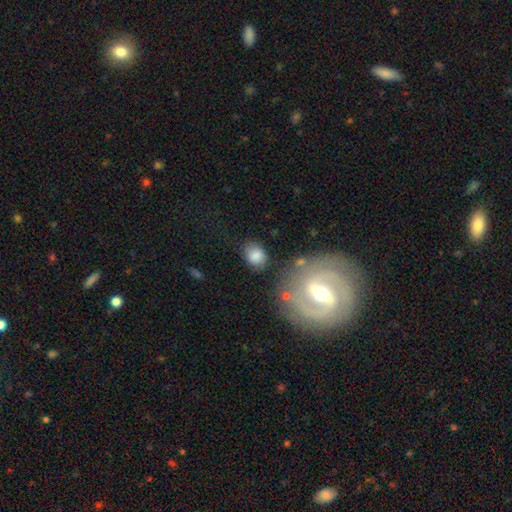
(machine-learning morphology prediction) A smooth galaxy with no disk features (81%) that is in between round and cigar-shaped (62%). Merging: none (71%).